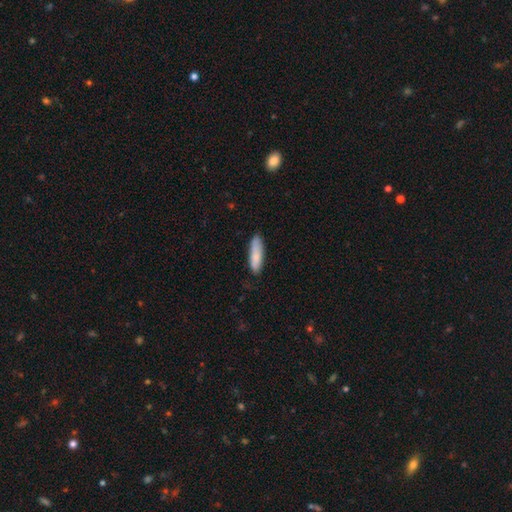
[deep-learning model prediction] A smooth galaxy with no disk features (83%) that is cigar-shaped (64%).

Vote fractions:
- Smooth or featured? smooth: 83% / featured or disk: 12% / star or artifact: 6%
- How rounded? cigar-shaped: 64% / in between: 34% / round: 2%
- Merging? none: 80% / minor disturbance: 17% / major disturbance: 3% / merger: 1%